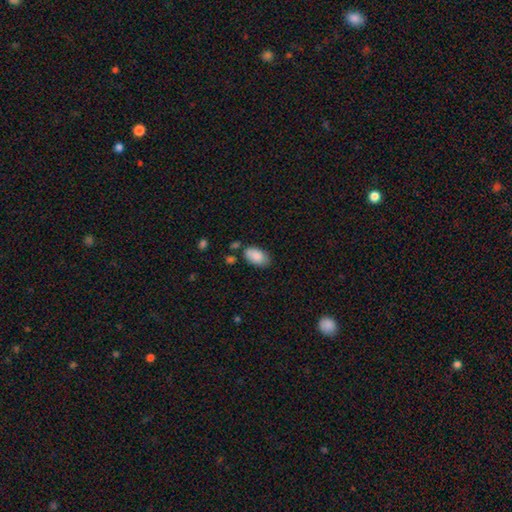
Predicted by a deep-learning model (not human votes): smooth 86%, featured or disk 7%, star or artifact 7%. Down the decision tree: how rounded — in between (94%); merging — none (69%).